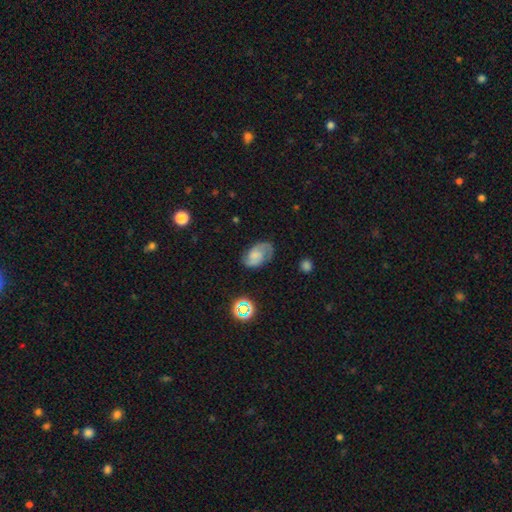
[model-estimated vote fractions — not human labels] Smooth or featured: featured or disk — 63% (smooth — 28%)
Edge-on disk: no — 97% (yes — 3%)
Bar: no — 53% (weak — 39%)
Spiral arms: yes — 91% (no — 9%)
Spiral winding: medium — 48% (tight — 31%)
Spiral arm count: 2 — 78% (can't tell — 11%)
Bulge size: none — 35% (small — 34%)
Merging: none — 68% (minor disturbance — 21%)